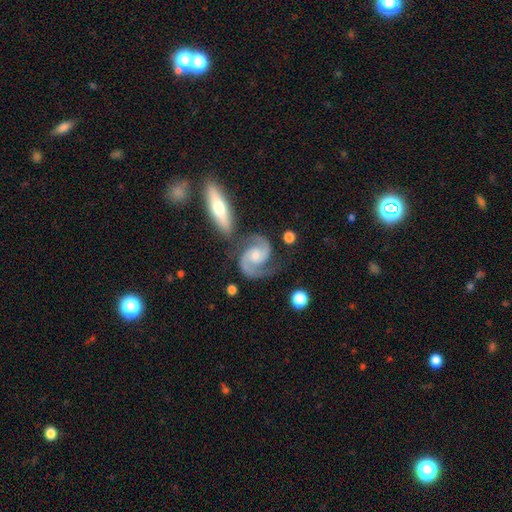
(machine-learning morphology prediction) featured or disk 90%, smooth 6%, star or artifact 4%. Down the decision tree: edge-on disk — no (98%); bar — no (59%); spiral arms — yes (98%); spiral arm count — 2 (94%); spiral winding — medium (62%); bulge size — moderate (52%); merging — none (64%).